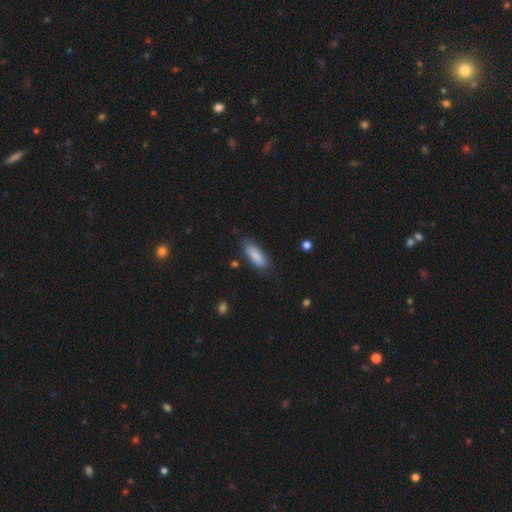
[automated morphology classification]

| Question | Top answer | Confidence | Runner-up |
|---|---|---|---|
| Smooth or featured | smooth | 87% | featured or disk (7%) |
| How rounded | in between | 60% | cigar-shaped (38%) |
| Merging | none | 79% | minor disturbance (16%) |